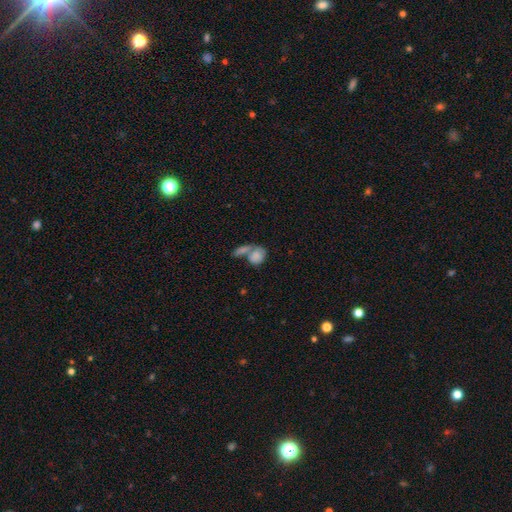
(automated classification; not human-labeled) Q: Smooth or featured?
A: smooth (77%); runner-up: featured or disk (15%)
Q: How rounded?
A: in between (60%); runner-up: round (37%)
Q: Merging?
A: merger (60%); runner-up: none (23%)